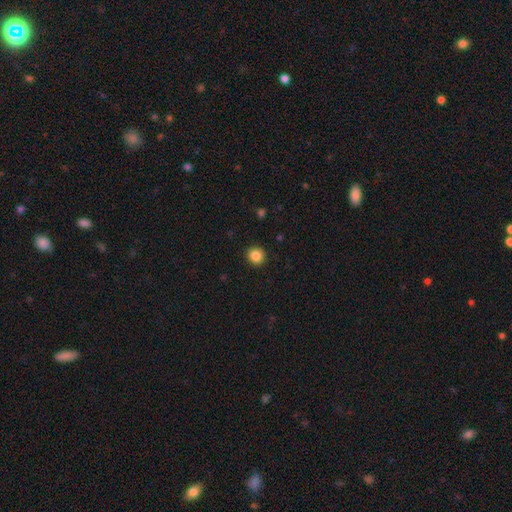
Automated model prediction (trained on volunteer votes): Smooth or featured? smooth (86%)
How rounded? round (90%)
Merging? none (92%)